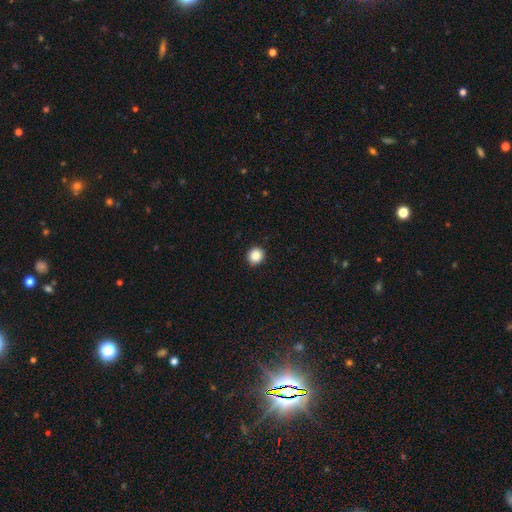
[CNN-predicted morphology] The model was most divided on "smooth or featured": smooth: 87%, star or artifact: 9%, featured or disk: 4%. More confident: merging — none (93%); how rounded — round (91%).